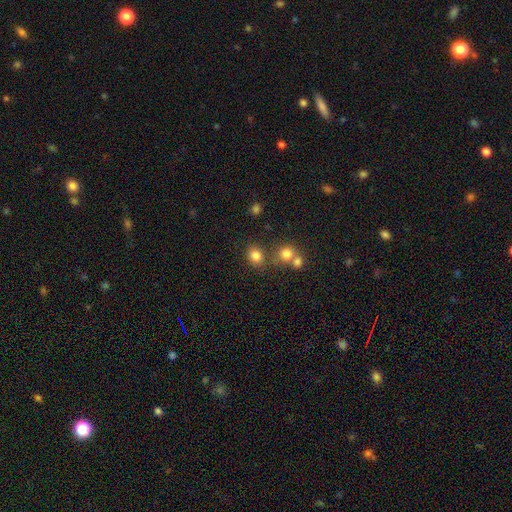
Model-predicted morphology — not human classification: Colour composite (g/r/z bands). It shows a smooth galaxy with no disk features (81%) that is round (70%). Merging: none (71%).